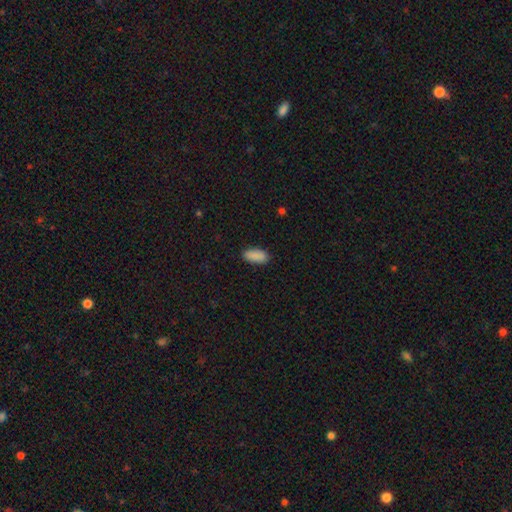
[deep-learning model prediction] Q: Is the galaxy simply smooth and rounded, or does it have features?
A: smooth — 90%.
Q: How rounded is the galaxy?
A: in between — 87%.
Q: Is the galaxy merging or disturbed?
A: none — 88%.